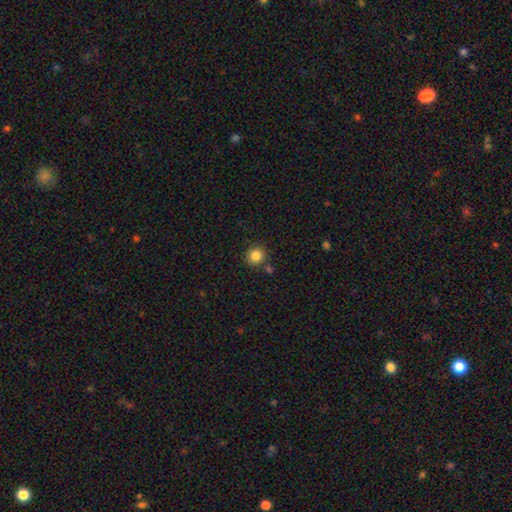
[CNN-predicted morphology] Smooth or featured? smooth (85%)
How rounded? round (91%)
Merging? none (82%)